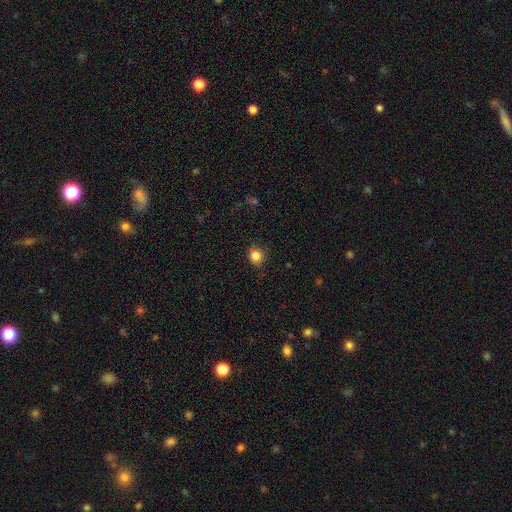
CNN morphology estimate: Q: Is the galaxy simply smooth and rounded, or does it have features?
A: smooth — 83%.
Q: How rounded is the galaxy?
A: round — 87%.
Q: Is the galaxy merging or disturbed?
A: none — 86%.